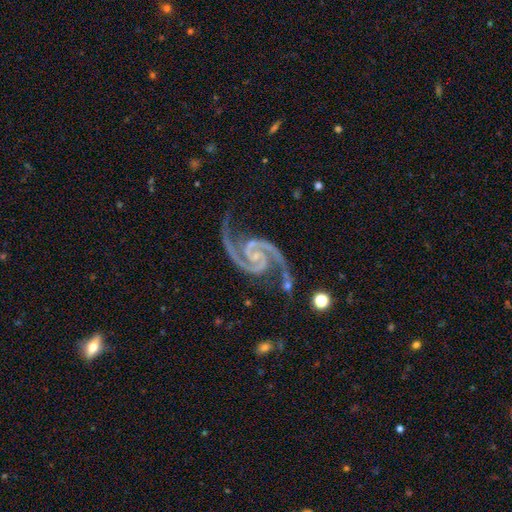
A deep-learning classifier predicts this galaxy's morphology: A featured or disk galaxy (95%) with no bar (53%), 2 (94%) medium (65%) spiral arms (99%) and a small central bulge (68%). Merging: none (68%).